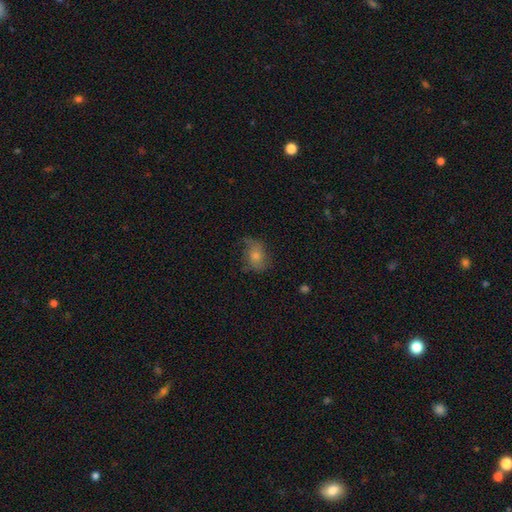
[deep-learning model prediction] smooth_or_featured: smooth (p=0.52) [alt: featured or disk p=0.34]
how_rounded: in between (p=0.62) [alt: round p=0.36]
merging: none (p=0.58) [alt: minor disturbance p=0.27]